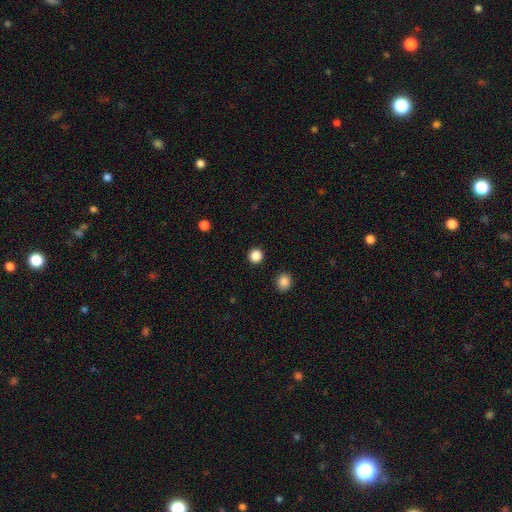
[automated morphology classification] type=smooth (86%); roundness=round (95%); merging=none (92%).